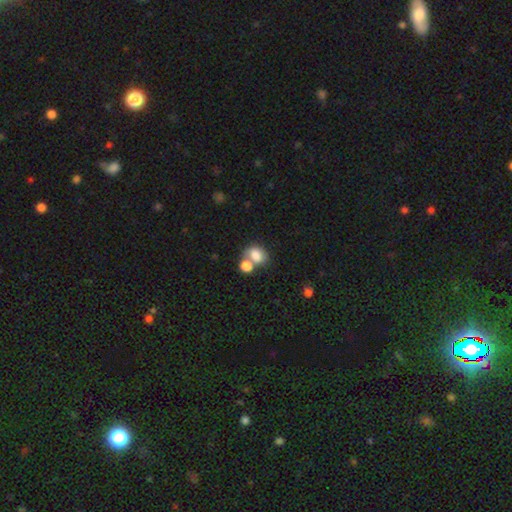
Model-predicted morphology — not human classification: Smooth or featured: smooth — 78% (featured or disk — 12%)
How rounded: in between — 60% (round — 39%)
Merging: merger — 48% (none — 36%)